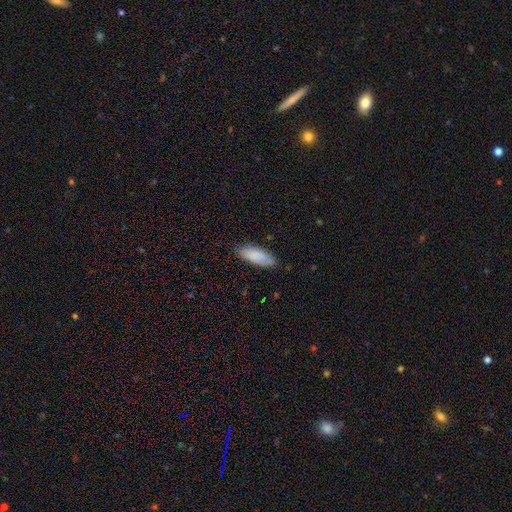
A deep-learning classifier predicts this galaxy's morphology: smooth-or-featured: smooth: 87% | featured or disk: 7% | star or artifact: 6%
  how-rounded: in between: 72% | cigar-shaped: 26% | round: 2%
  merging: none: 84% | minor disturbance: 13% | major disturbance: 2% | merger: 1%